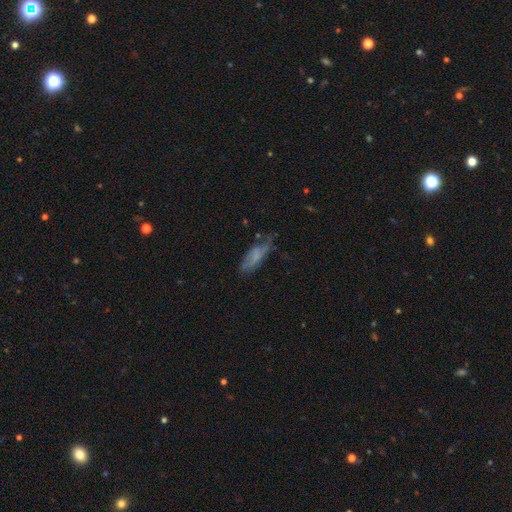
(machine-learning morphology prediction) smooth-or-featured: smooth: 55% | featured or disk: 36% | star or artifact: 9%
  how-rounded: in between: 54% | cigar-shaped: 44% | round: 2%
  merging: none: 49% | minor disturbance: 32% | major disturbance: 16% | merger: 3%